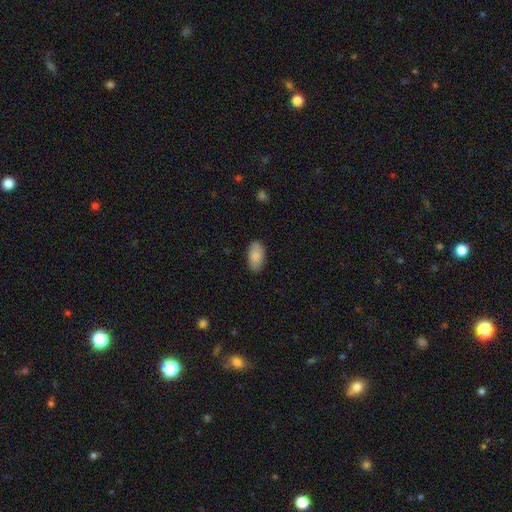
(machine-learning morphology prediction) Q: Smooth or featured?
A: smooth (86%); runner-up: featured or disk (8%)
Q: How rounded?
A: in between (94%); runner-up: round (3%)
Q: Merging?
A: none (85%); runner-up: minor disturbance (11%)